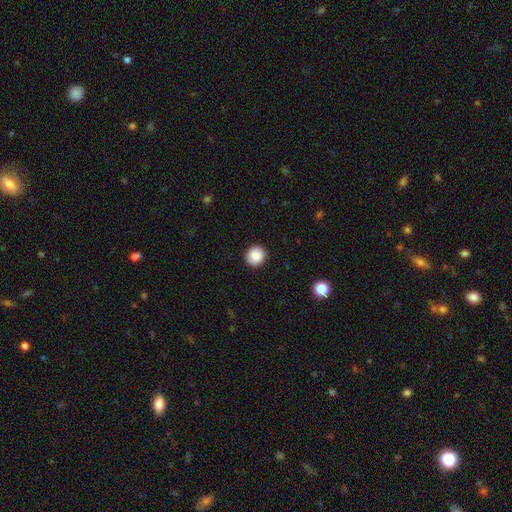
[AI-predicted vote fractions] A smooth galaxy with no disk features (88%) that is round (92%). Merging: none (92%).